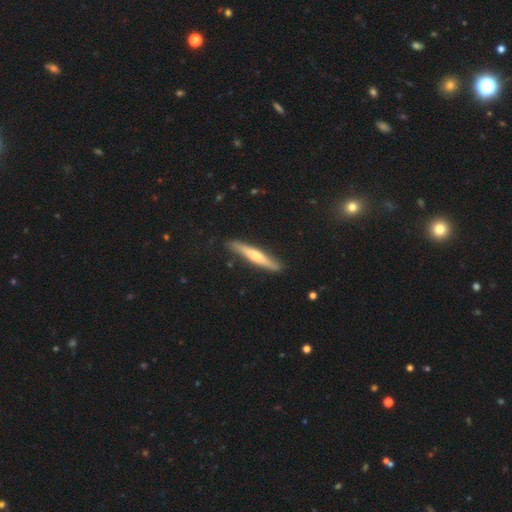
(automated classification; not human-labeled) Smooth or featured?
  - smooth: 50% *
  - featured or disk: 45%
  - star or artifact: 5%
Merging?
  - none: 85% *
  - minor disturbance: 11%
  - major disturbance: 2%
  - merger: 2%